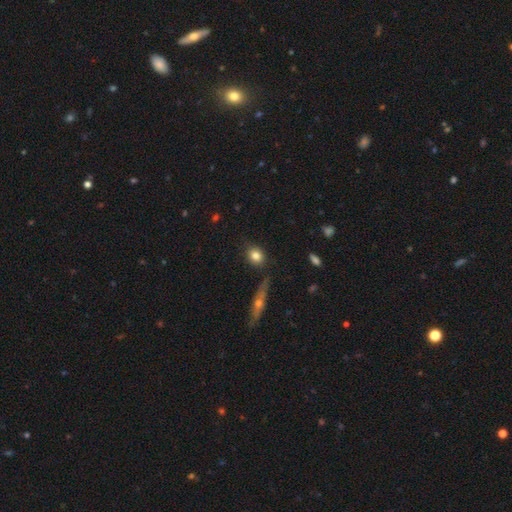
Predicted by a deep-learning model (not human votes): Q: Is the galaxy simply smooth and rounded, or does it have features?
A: smooth — 81%.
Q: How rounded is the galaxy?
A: round — 58%.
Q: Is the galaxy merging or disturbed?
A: none — 81%.